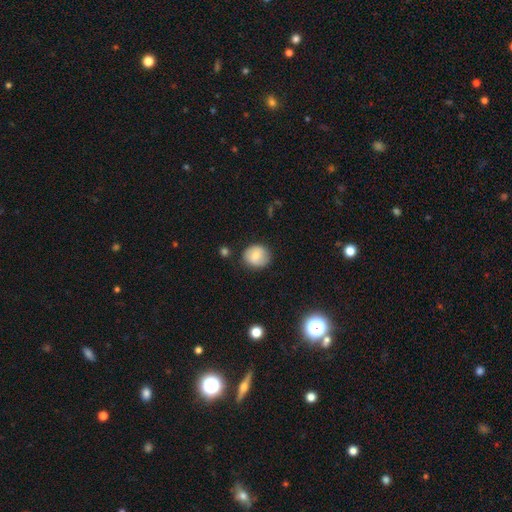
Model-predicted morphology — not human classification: This is likely a smooth galaxy (76%). How rounded: clearly round (82%). Merging: clearly none (81%).